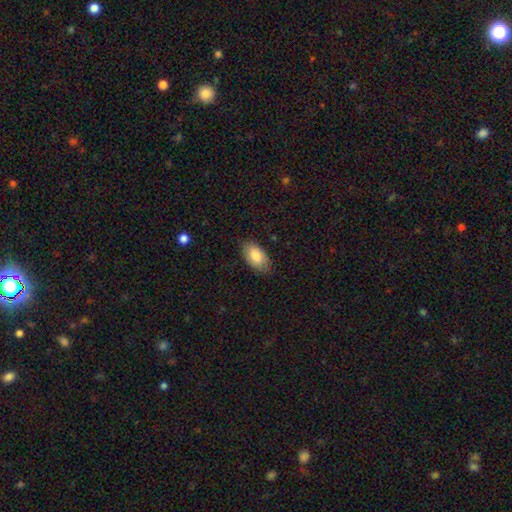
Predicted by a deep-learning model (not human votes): This appears to be a smooth galaxy with no disk features (82%) that is in between round and cigar-shaped (94%). Merging: none (83%).